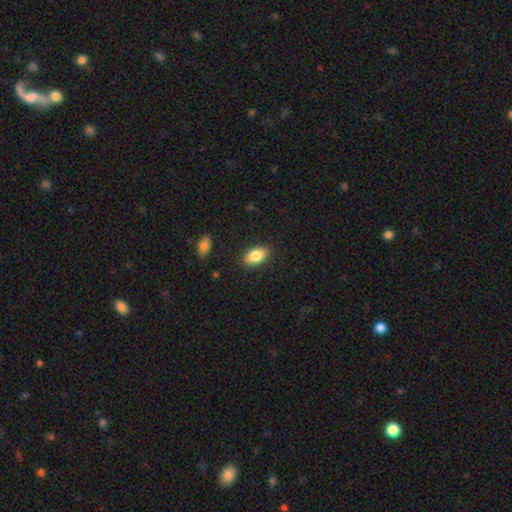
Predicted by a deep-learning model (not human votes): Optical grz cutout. It shows a smooth galaxy with no disk features (86%) that is in between round and cigar-shaped (92%). Merging: none (87%).